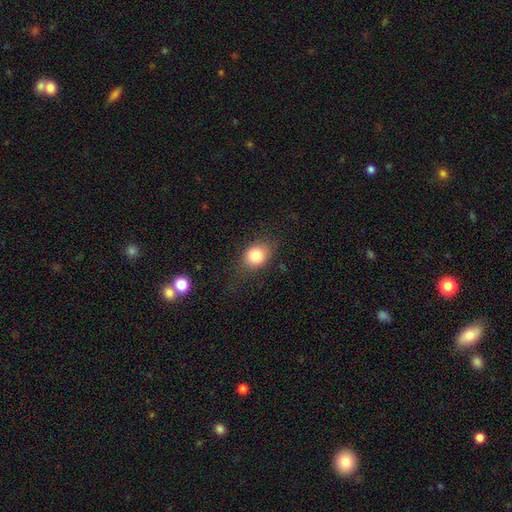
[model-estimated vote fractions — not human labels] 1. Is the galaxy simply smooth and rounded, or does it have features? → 81% smooth, 10% star or artifact, 9% featured or disk.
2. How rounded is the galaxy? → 54% round, 44% in between, 1% cigar-shaped.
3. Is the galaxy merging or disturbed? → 73% none, 18% minor disturbance, 8% major disturbance, 1% merger.